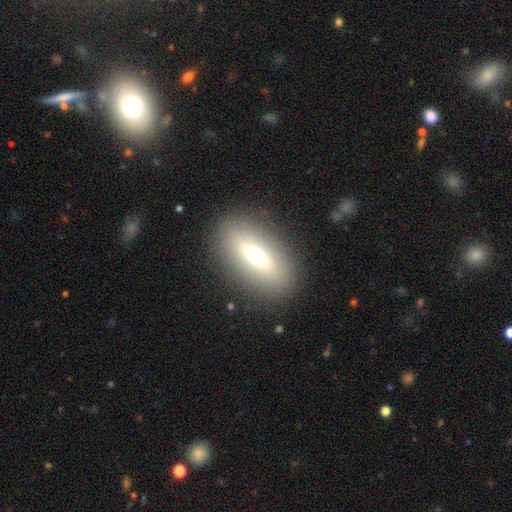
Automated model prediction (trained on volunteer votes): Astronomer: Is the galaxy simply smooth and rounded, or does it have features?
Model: smooth — 63%.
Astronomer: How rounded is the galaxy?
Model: in between — 79%.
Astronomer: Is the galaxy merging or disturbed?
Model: none — 86%.